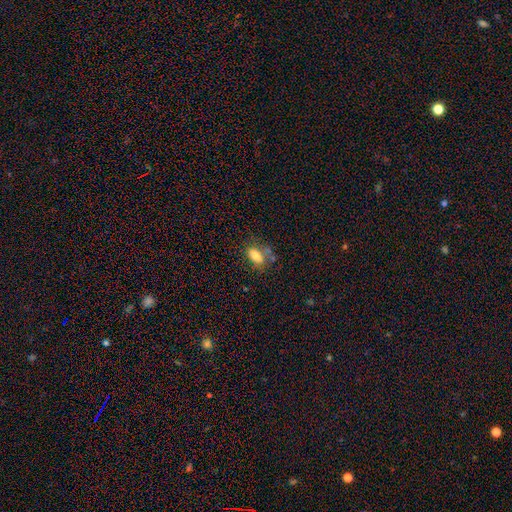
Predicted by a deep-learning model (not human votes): This appears to be a smooth galaxy with no disk features (76%) that is in between round and cigar-shaped (87%). Merging: none (53%).